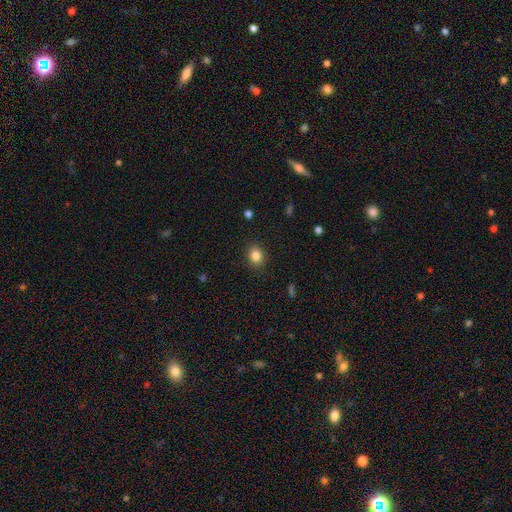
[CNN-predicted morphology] A smooth galaxy with no disk features (84%) that is round (52%). Merging: none (89%).